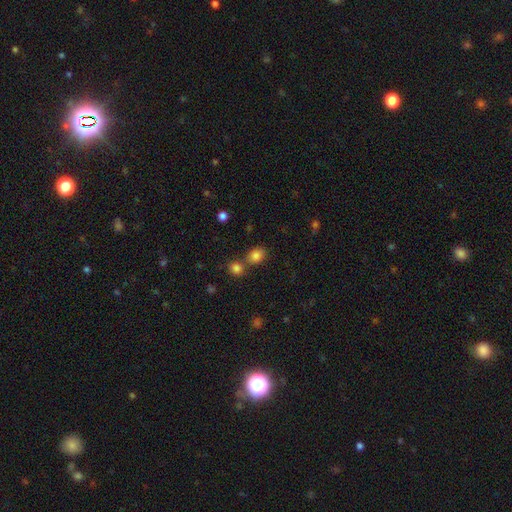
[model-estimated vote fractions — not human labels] Smooth or featured?
  - smooth: 82% *
  - star or artifact: 12%
  - featured or disk: 6%
How rounded?
  - in between: 53% *
  - round: 46%
  - cigar-shaped: 1%
Merging?
  - none: 60% *
  - merger: 27%
  - minor disturbance: 10%
  - major disturbance: 3%